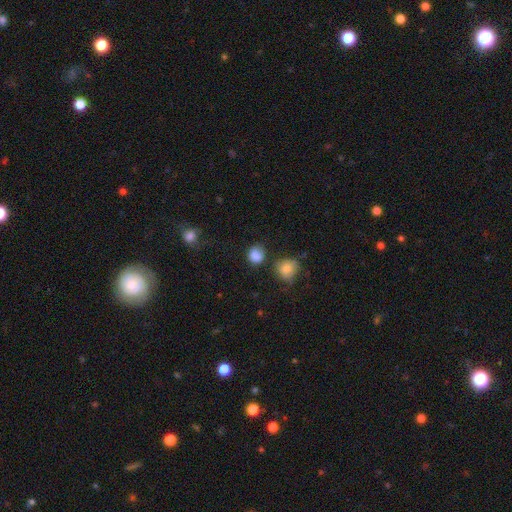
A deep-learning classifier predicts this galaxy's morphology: Smooth or featured?
  - smooth: 84% *
  - star or artifact: 11%
  - featured or disk: 5%
How rounded?
  - round: 72% *
  - in between: 27%
  - cigar-shaped: 1%
Merging?
  - none: 66% *
  - minor disturbance: 19%
  - merger: 9%
  - major disturbance: 6%